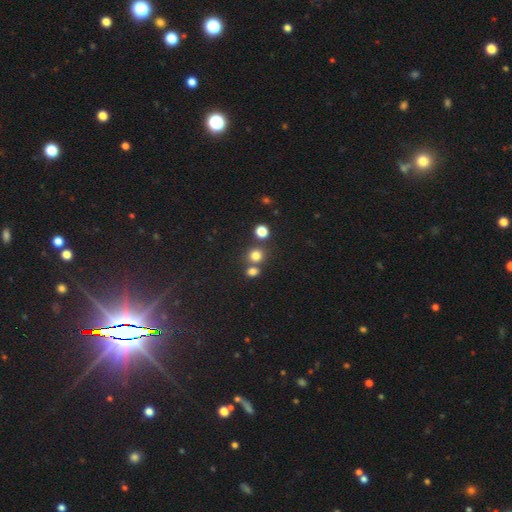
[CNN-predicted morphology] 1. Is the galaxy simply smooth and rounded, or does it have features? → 76% smooth, 17% star or artifact, 7% featured or disk.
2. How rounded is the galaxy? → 80% round, 19% in between, 1% cigar-shaped.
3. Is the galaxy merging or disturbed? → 61% none, 28% merger, 8% minor disturbance, 3% major disturbance.